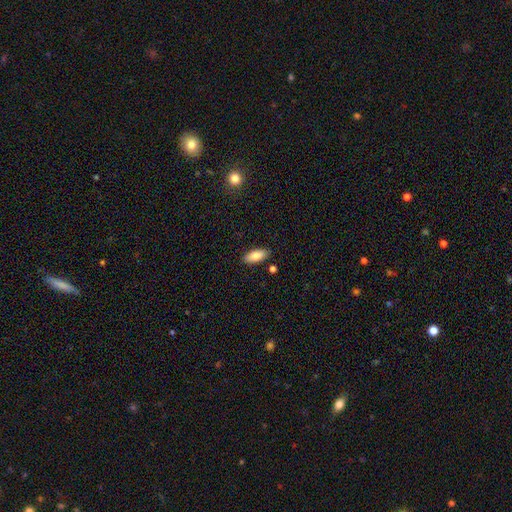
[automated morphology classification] The model was most divided on "smooth or featured": smooth: 83%, featured or disk: 10%, star or artifact: 7%. More confident: how rounded — in between (87%); merging — none (86%).